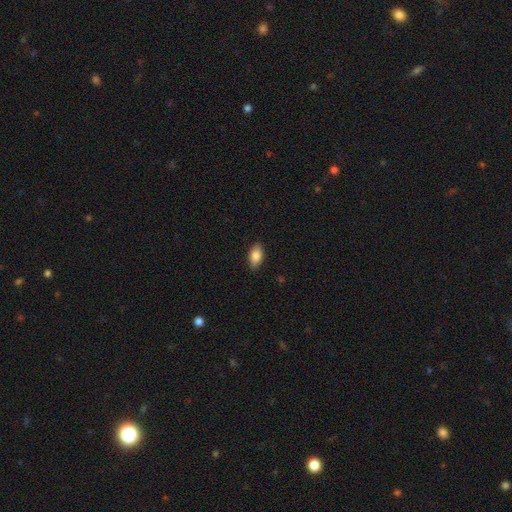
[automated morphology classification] smooth-or-featured: smooth: 85% | featured or disk: 8% | star or artifact: 7%
  how-rounded: in between: 92% | round: 4% | cigar-shaped: 4%
  merging: none: 88% | minor disturbance: 9% | major disturbance: 2% | merger: 1%